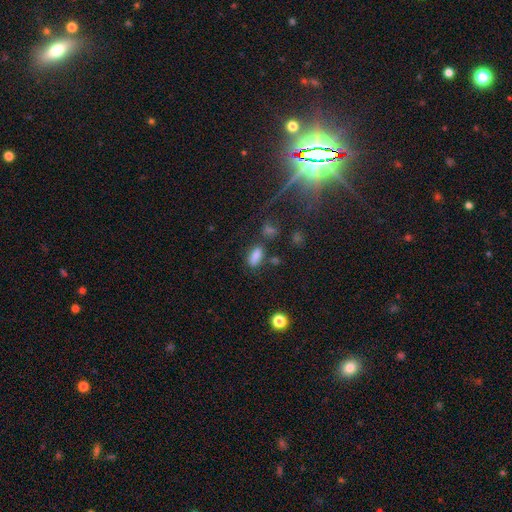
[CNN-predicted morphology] Overall: smooth (77%). How rounded: in between (84%). Merging: none (70%).